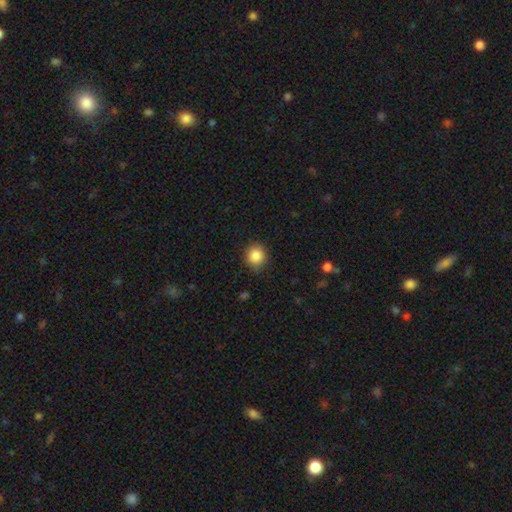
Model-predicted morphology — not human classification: Smooth or featured? smooth (87%)
How rounded? round (87%)
Merging? none (85%)